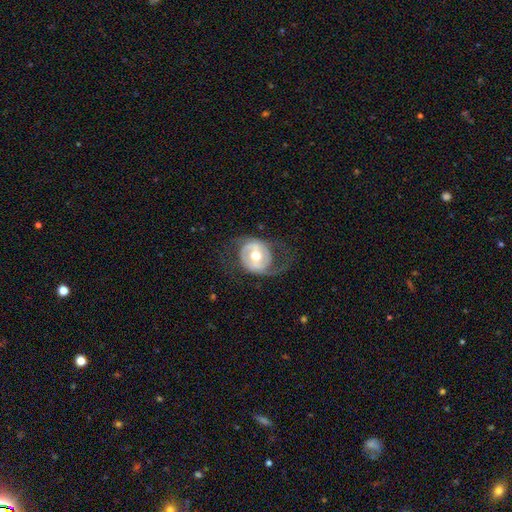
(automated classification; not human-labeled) smooth_or_featured: featured or disk (p=0.76) [alt: smooth p=0.19]
disk_edge_on: no (p=0.97) [alt: yes p=0.03]
bar: no (p=0.45) [alt: weak p=0.35]
has_spiral_arms: yes (p=0.79) [alt: no p=0.21]
spiral_winding: medium (p=0.39) [alt: loose p=0.38]
spiral_arm_count: 2 (p=0.72) [alt: 1 p=0.16]
bulge_size: moderate (p=0.76) [alt: small p=0.12]
merging: none (p=0.56) [alt: major disturbance p=0.24]